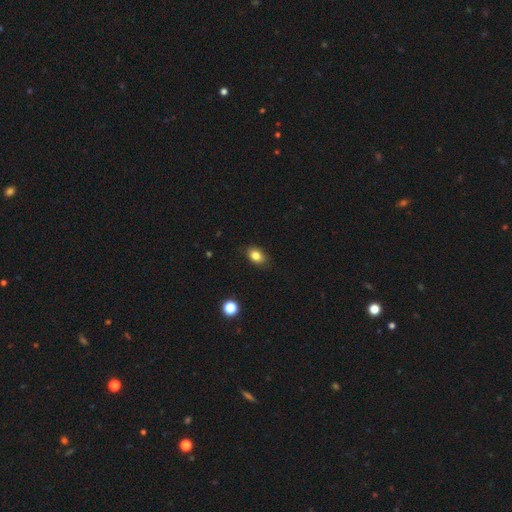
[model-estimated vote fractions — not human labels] A smooth galaxy with no disk features (83%) that is in between round and cigar-shaped (78%).

Vote fractions:
- Smooth or featured? smooth: 83% / star or artifact: 10% / featured or disk: 7%
- How rounded? in between: 78% / round: 21% / cigar-shaped: 1%
- Merging? none: 85% / minor disturbance: 11% / major disturbance: 2% / merger: 1%